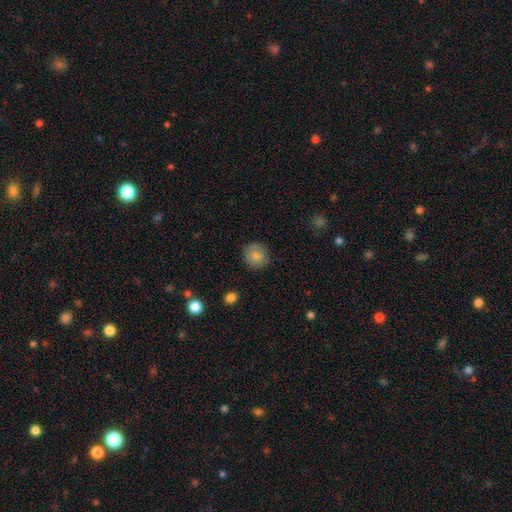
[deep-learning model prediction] Smooth or featured? Predicted: smooth (p=0.81). How rounded? Predicted: round (p=0.86). Merging? Predicted: none (p=0.83).